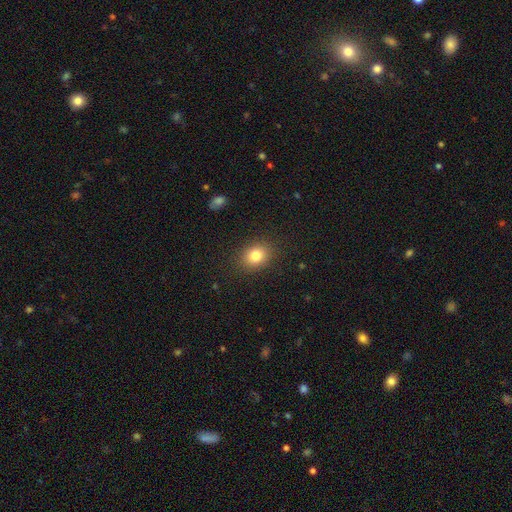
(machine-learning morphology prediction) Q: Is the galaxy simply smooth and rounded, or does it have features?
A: smooth — 81%.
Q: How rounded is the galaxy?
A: round — 50%.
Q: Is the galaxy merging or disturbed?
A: none — 87%.